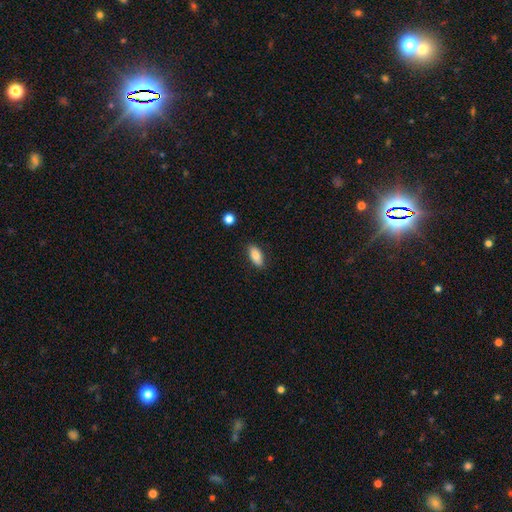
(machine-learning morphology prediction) Q: Smooth or featured?
A: smooth (84%); runner-up: featured or disk (8%)
Q: How rounded?
A: in between (87%); runner-up: cigar-shaped (10%)
Q: Merging?
A: none (85%); runner-up: minor disturbance (11%)